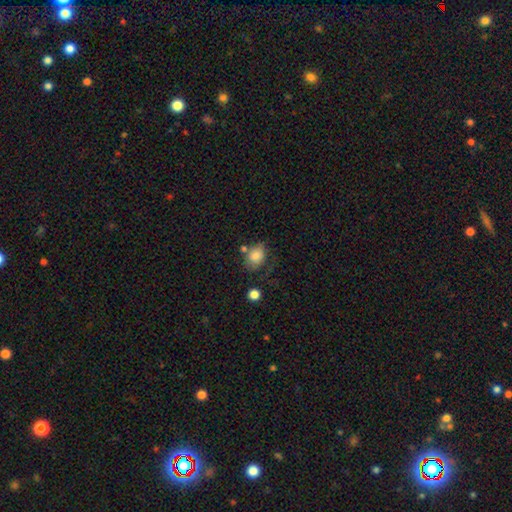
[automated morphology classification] Smooth or featured: smooth — 81% (featured or disk — 10%)
How rounded: in between — 66% (round — 33%)
Merging: none — 51% (minor disturbance — 26%)